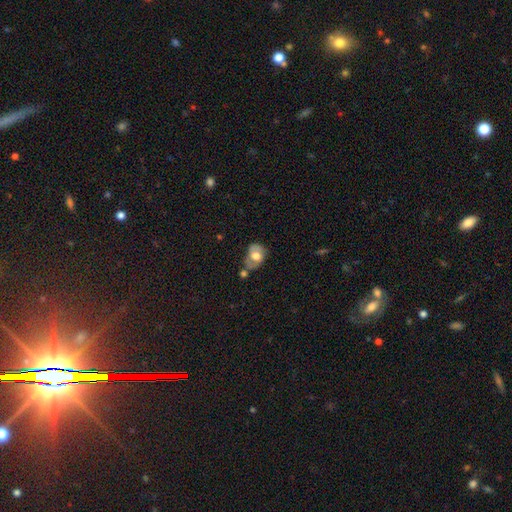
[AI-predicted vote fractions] The model was most divided on "merging": none: 42%, minor disturbance: 28%, merger: 18%, major disturbance: 11%. More confident: how rounded — in between (72%); smooth or featured — smooth (54%).